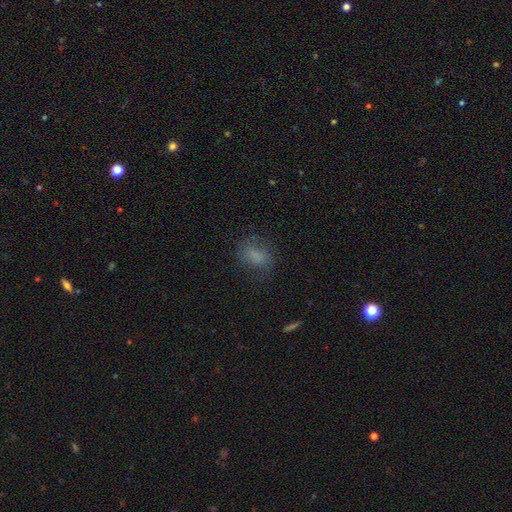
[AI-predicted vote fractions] Q: Smooth or featured?
A: smooth (70%); runner-up: featured or disk (17%)
Q: How rounded?
A: in between (68%); runner-up: round (29%)
Q: Merging?
A: none (65%); runner-up: minor disturbance (21%)